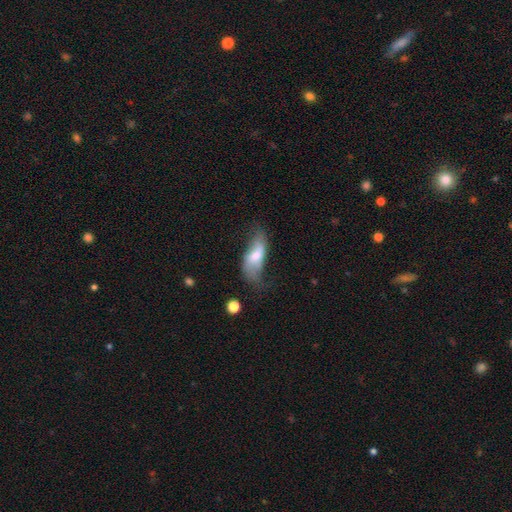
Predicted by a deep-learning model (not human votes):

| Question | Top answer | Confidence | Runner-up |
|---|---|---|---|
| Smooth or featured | smooth | 52% | featured or disk (41%) |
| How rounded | in between | 75% | cigar-shaped (22%) |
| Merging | none | 41% | minor disturbance (33%) |